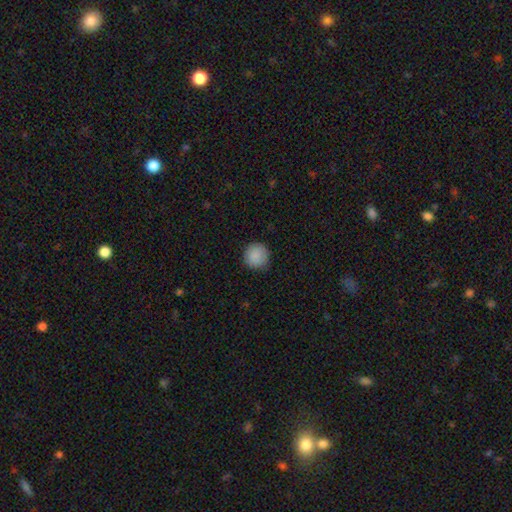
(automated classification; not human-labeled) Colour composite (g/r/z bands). It shows a smooth galaxy with no disk features (88%) that is round (94%). Merging: none (87%).